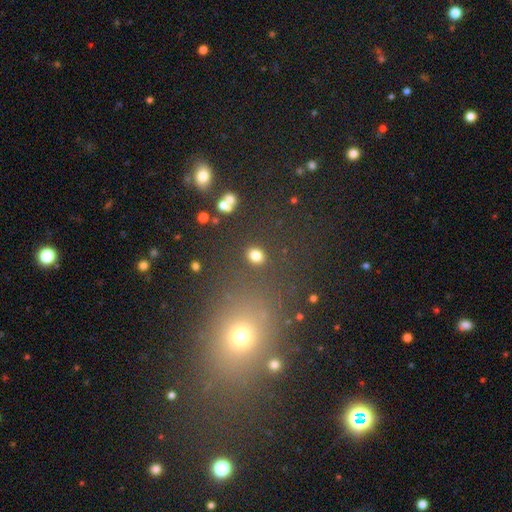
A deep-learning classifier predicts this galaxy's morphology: This is clearly a smooth galaxy (81%). How rounded: possibly round (53%). Merging: clearly none (86%).